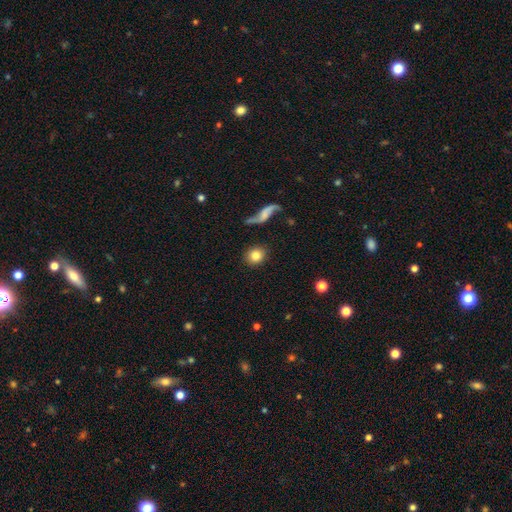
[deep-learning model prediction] Smooth or featured: smooth — 81% (featured or disk — 11%)
How rounded: round — 82% (in between — 16%)
Merging: none — 85% (minor disturbance — 8%)